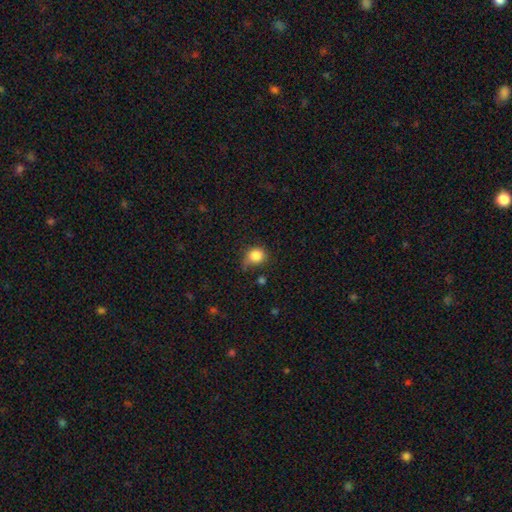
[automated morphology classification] Smooth or featured: smooth — 84% (star or artifact — 10%)
How rounded: round — 78% (in between — 21%)
Merging: none — 55% (minor disturbance — 31%)